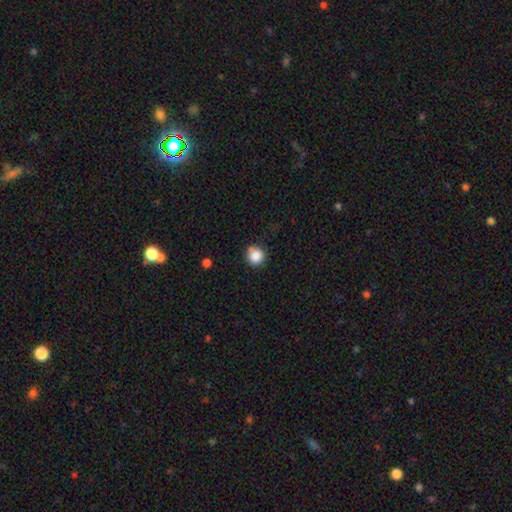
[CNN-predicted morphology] This is clearly a smooth galaxy (85%). How rounded: clearly round (89%). Merging: likely none (73%).